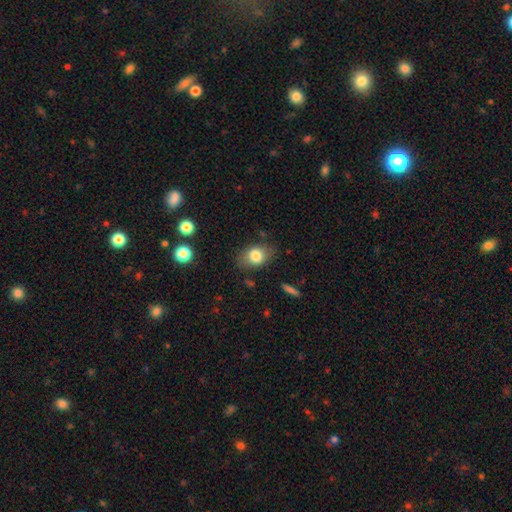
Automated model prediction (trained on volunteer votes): smooth-or-featured: smooth: 79% | featured or disk: 12% | star or artifact: 9%
  how-rounded: in between: 71% | round: 27% | cigar-shaped: 1%
  merging: none: 77% | minor disturbance: 16% | major disturbance: 5% | merger: 2%